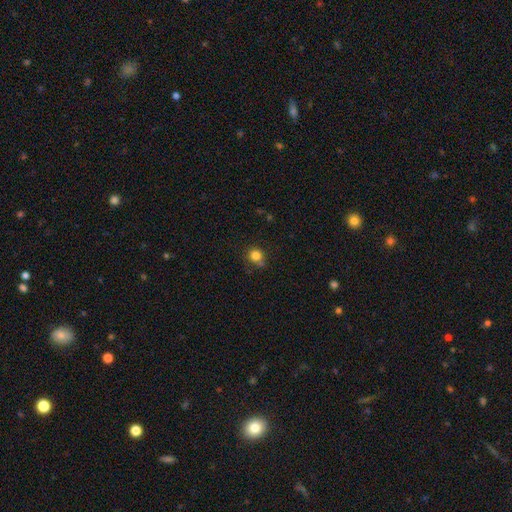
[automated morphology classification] Smooth or featured? Predicted: smooth (p=0.82). How rounded? Predicted: round (p=0.86). Merging? Predicted: none (p=0.68).